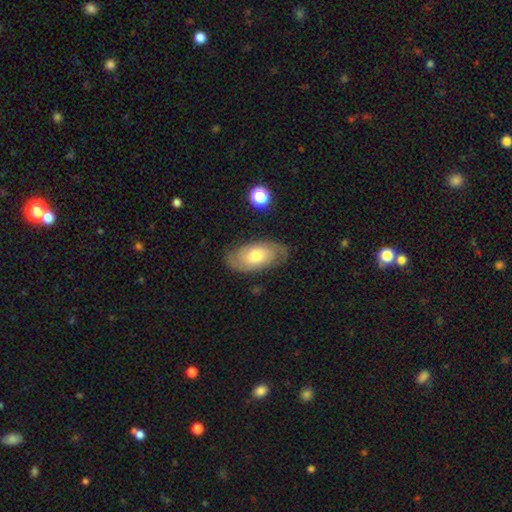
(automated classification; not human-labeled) smooth-or-featured: featured or disk: 54% | smooth: 39% | star or artifact: 7%
  disk-edge-on: no: 91% | yes: 9%
  merging: none: 78% | minor disturbance: 16% | major disturbance: 5% | merger: 1%